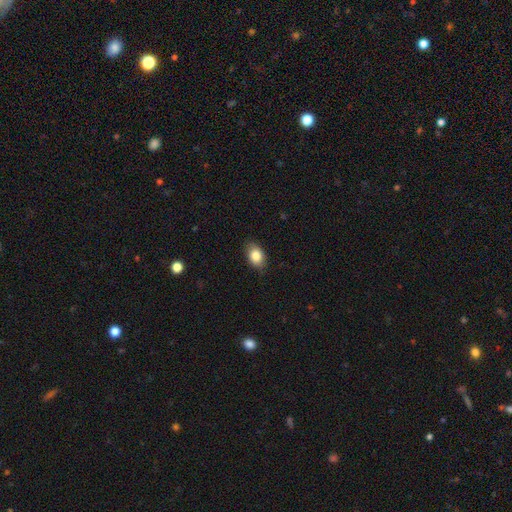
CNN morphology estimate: smooth_or_featured: smooth (p=0.84) [alt: featured or disk p=0.08]
how_rounded: in between (p=0.85) [alt: round p=0.14]
merging: none (p=0.84) [alt: minor disturbance p=0.12]